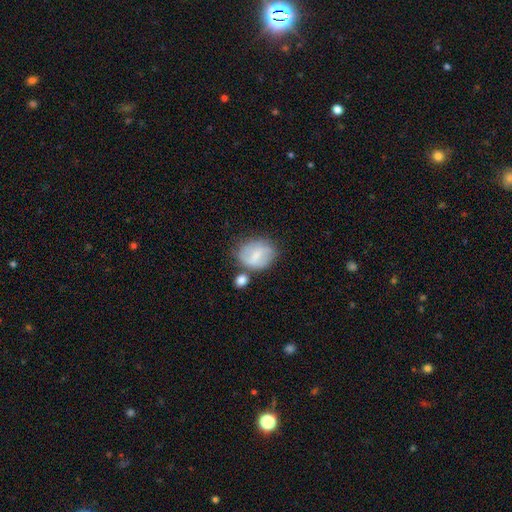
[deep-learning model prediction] smooth_or_featured: smooth (p=0.56) [alt: featured or disk p=0.36]
how_rounded: round (p=0.50) [alt: in between p=0.49]
merging: none (p=0.53) [alt: minor disturbance p=0.22]